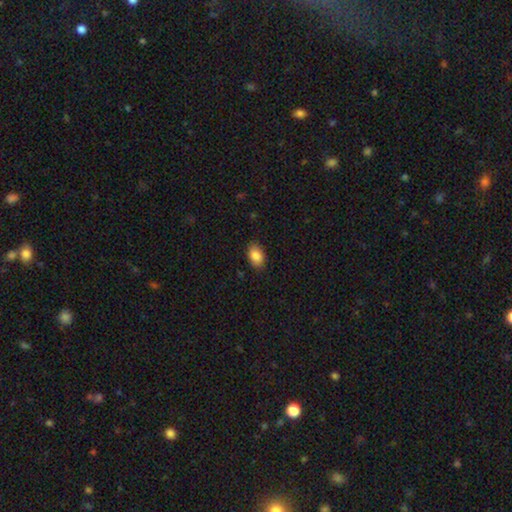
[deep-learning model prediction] The model was most divided on "merging": none: 86%, minor disturbance: 11%, major disturbance: 2%, merger: 1%. More confident: how rounded — in between (89%); smooth or featured — smooth (87%).